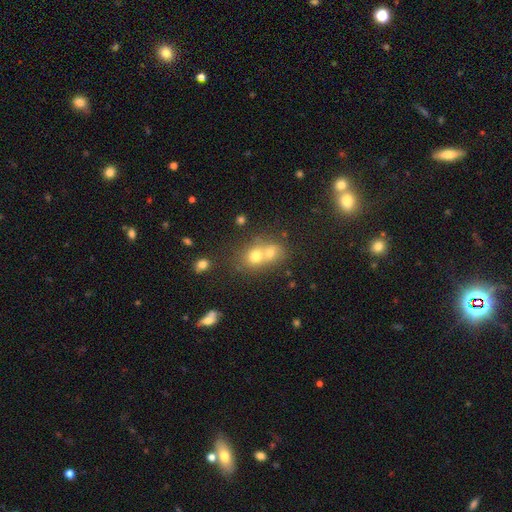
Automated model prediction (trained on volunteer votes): Q: Smooth or featured?
A: smooth (69%); runner-up: featured or disk (18%)
Q: How rounded?
A: round (66%); runner-up: in between (33%)
Q: Merging?
A: merger (64%); runner-up: none (27%)